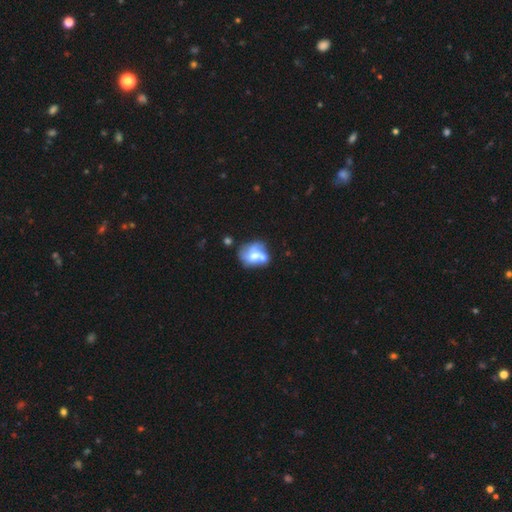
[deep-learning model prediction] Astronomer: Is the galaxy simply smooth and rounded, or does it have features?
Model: featured or disk — 47% (runner-up: smooth, 43%).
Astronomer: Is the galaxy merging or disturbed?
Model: merger — 48%.